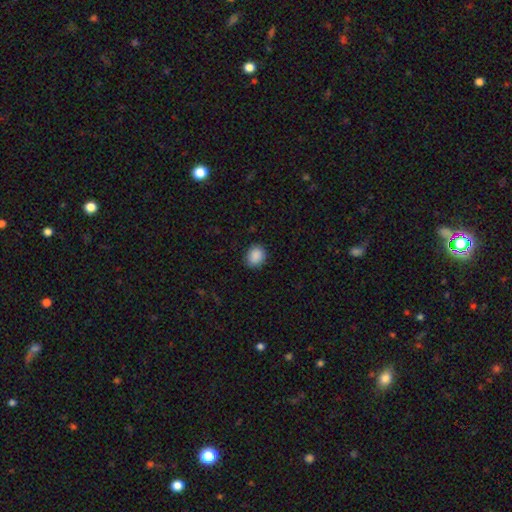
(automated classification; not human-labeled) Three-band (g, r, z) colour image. It shows a smooth galaxy with no disk features (89%) that is round (54%). Merging: none (85%).